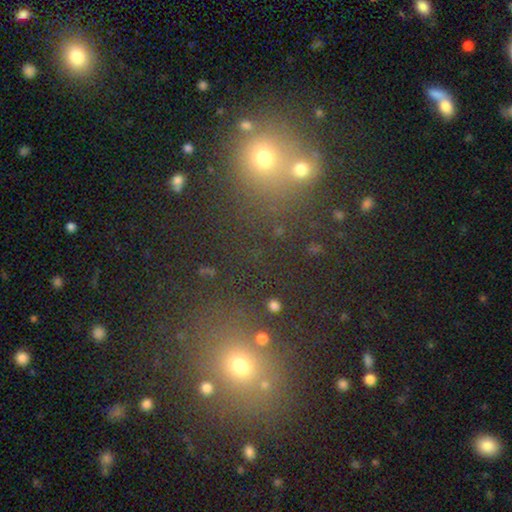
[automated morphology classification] smooth_or_featured: smooth (p=0.49) [alt: star or artifact p=0.42]
merging: none (p=0.72) [alt: merger p=0.15]